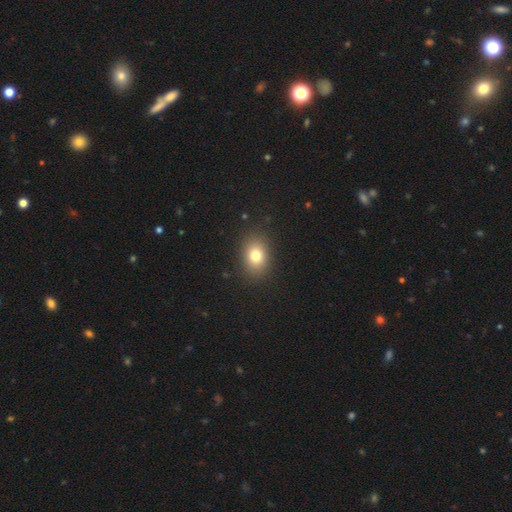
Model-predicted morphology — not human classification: The model was most divided on "how rounded": in between: 64%, round: 35%, cigar-shaped: 1%. More confident: merging — none (88%); smooth or featured — smooth (78%).